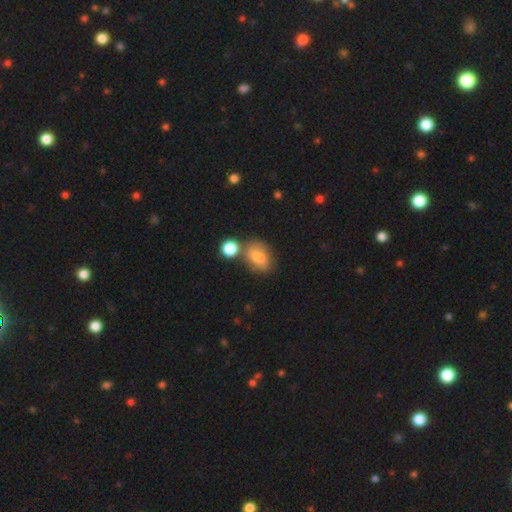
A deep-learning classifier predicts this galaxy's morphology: This is likely a smooth galaxy (73%). How rounded: clearly in between (81%). Merging: possibly none (56%).